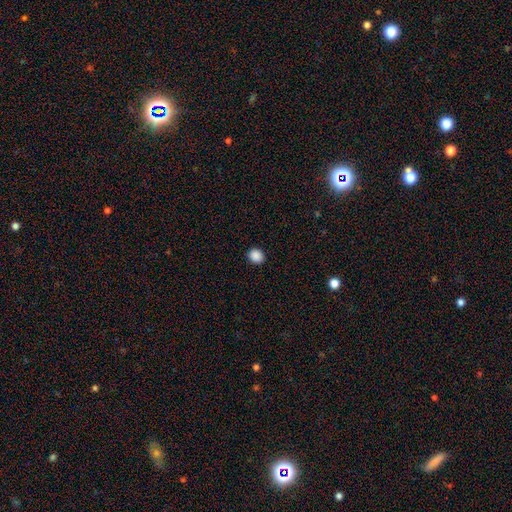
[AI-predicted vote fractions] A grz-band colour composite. It shows a smooth galaxy with no disk features (89%) that is round (72%). Merging: none (91%).